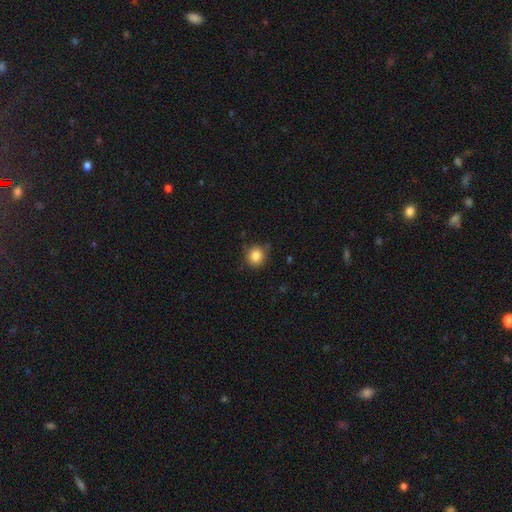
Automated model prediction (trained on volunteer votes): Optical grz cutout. It shows a smooth galaxy with no disk features (85%) that is round (84%). Merging: none (78%).